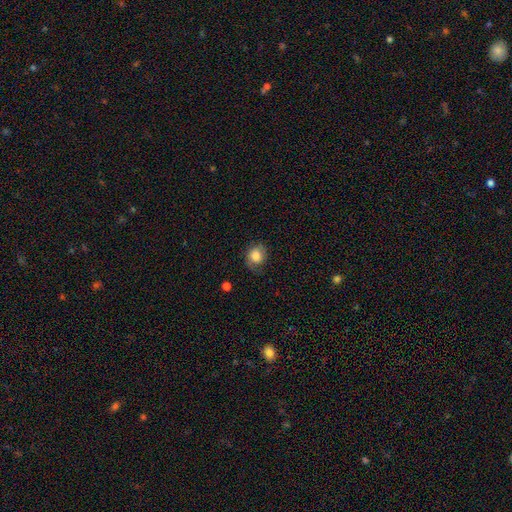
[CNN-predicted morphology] A smooth galaxy with no disk features (74%) that is round (67%).

Vote fractions:
- Smooth or featured? smooth: 74% / featured or disk: 17% / star or artifact: 9%
- How rounded? round: 67% / in between: 32% / cigar-shaped: 1%
- Merging? none: 64% / minor disturbance: 25% / major disturbance: 10% / merger: 1%